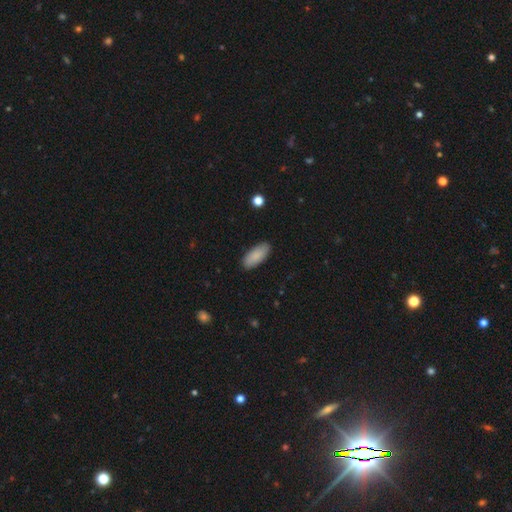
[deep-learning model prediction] Overall: smooth (89%). How rounded: in between (85%). Merging: none (88%).